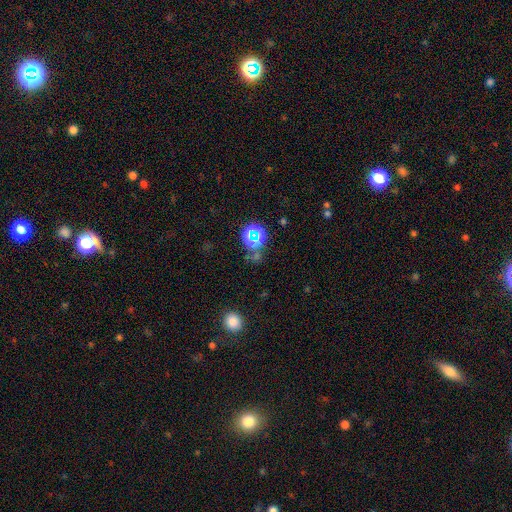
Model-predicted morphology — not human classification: smooth_or_featured: star or artifact (p=0.60) [alt: smooth p=0.30]